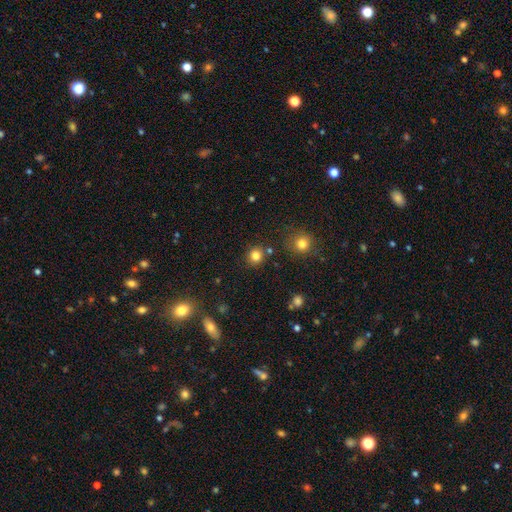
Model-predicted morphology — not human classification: A smooth galaxy with no disk features (82%) that is round (90%).

Vote fractions:
- Smooth or featured? smooth: 82% / star or artifact: 13% / featured or disk: 5%
- How rounded? round: 90% / in between: 9% / cigar-shaped: 1%
- Merging? none: 85% / minor disturbance: 7% / merger: 5% / major disturbance: 3%